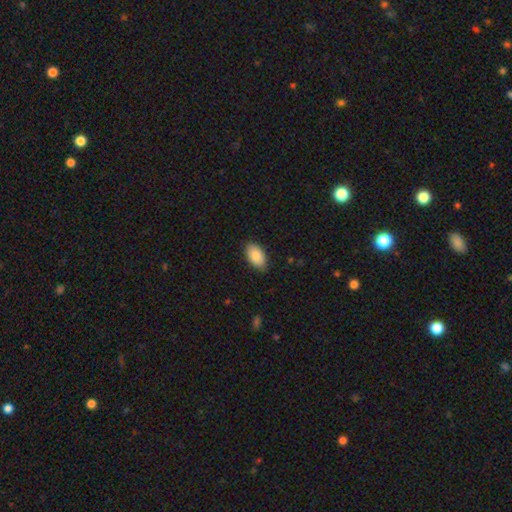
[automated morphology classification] The model was most divided on "merging": none: 85%, minor disturbance: 12%, major disturbance: 2%, merger: 1%. More confident: how rounded — in between (94%); smooth or featured — smooth (85%).